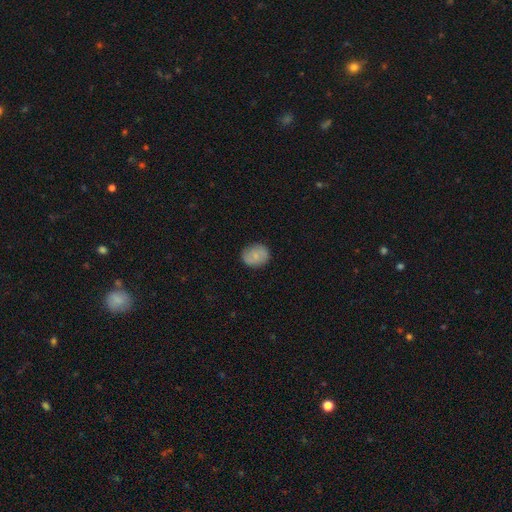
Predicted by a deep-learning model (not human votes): A smooth galaxy with no disk features (73%) that is round (59%).

Vote fractions:
- Smooth or featured? smooth: 73% / featured or disk: 19% / star or artifact: 8%
- How rounded? round: 59% / in between: 40% / cigar-shaped: 1%
- Merging? none: 83% / minor disturbance: 13% / major disturbance: 3% / merger: 1%